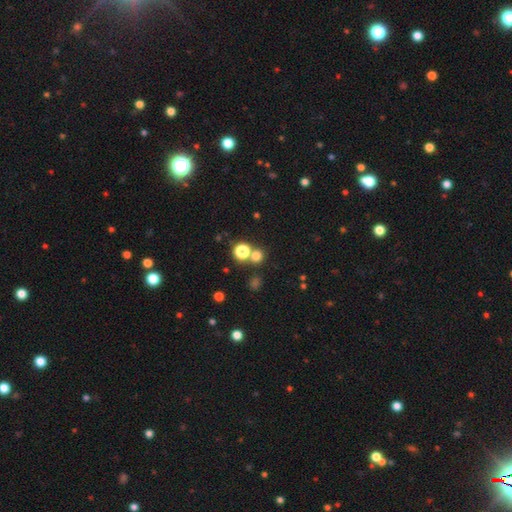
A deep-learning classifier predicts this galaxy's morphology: smooth 71%, star or artifact 22%, featured or disk 7%. Down the decision tree: how rounded — round (87%); merging — none (66%).